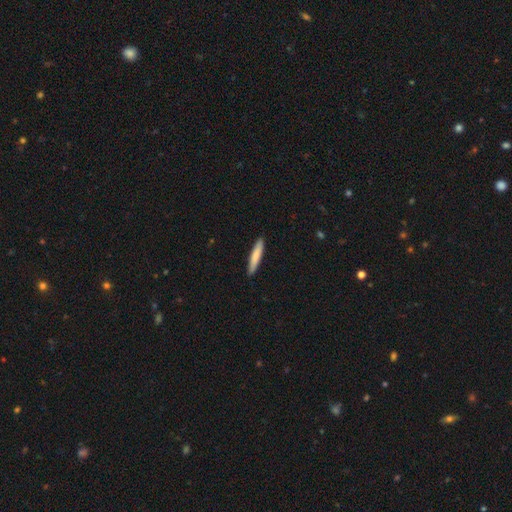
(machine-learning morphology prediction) The model was most divided on "smooth or featured": smooth: 79%, featured or disk: 16%, star or artifact: 5%. More confident: how rounded — cigar-shaped (90%); merging — none (90%).